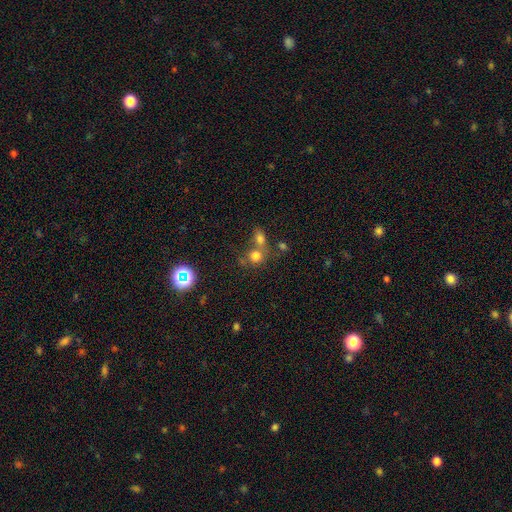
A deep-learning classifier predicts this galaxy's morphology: A smooth galaxy with no disk features (72%) that is round (79%). Merging: merger (45%).